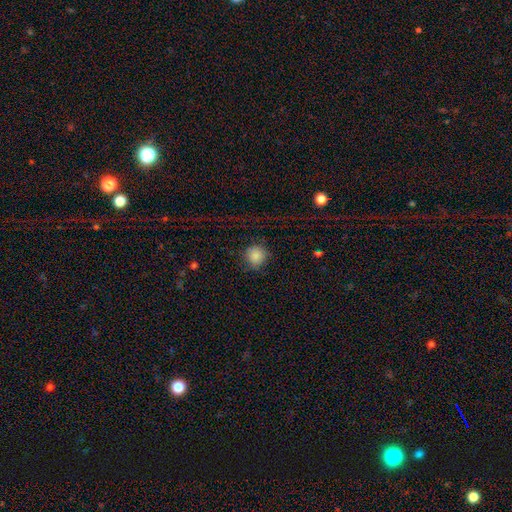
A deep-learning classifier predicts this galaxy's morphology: Q: Smooth or featured?
A: smooth (85%); runner-up: star or artifact (10%)
Q: How rounded?
A: round (92%); runner-up: in between (7%)
Q: Merging?
A: none (82%); runner-up: minor disturbance (11%)